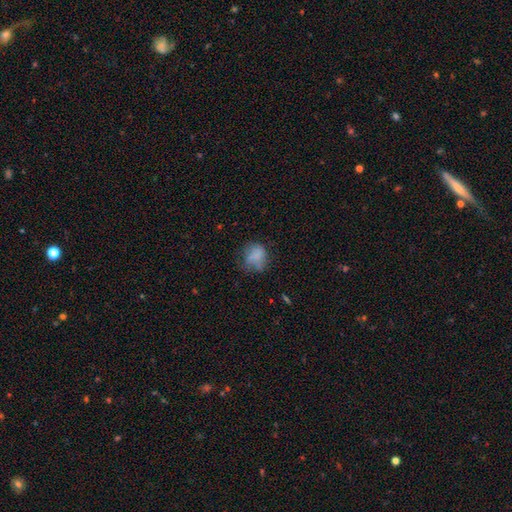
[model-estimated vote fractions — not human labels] Q: Smooth or featured?
A: smooth (71%); runner-up: featured or disk (17%)
Q: How rounded?
A: round (61%); runner-up: in between (38%)
Q: Merging?
A: none (48%); runner-up: minor disturbance (29%)